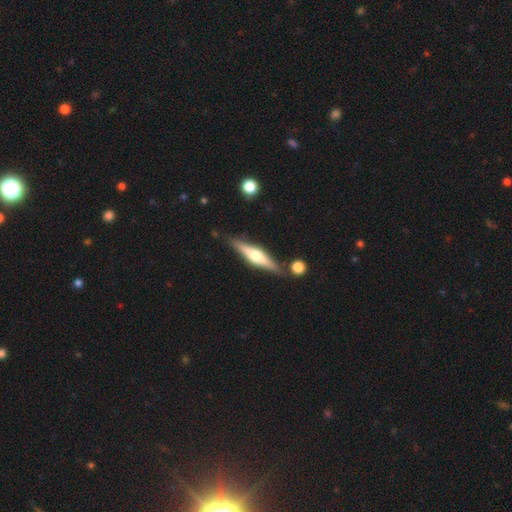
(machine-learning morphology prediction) This appears to be a featured or disk galaxy (68%) viewed edge-on (97%) with a rounded central bulge (90%). Merging: none (83%).